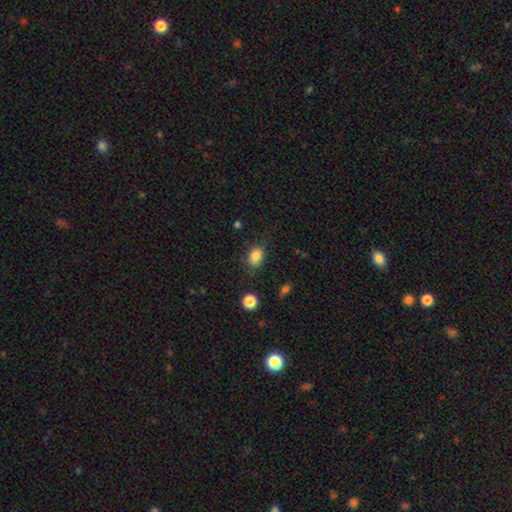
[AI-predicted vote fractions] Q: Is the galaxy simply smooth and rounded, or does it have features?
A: smooth — 83%.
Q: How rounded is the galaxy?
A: in between — 74%.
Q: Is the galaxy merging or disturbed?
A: none — 71%.